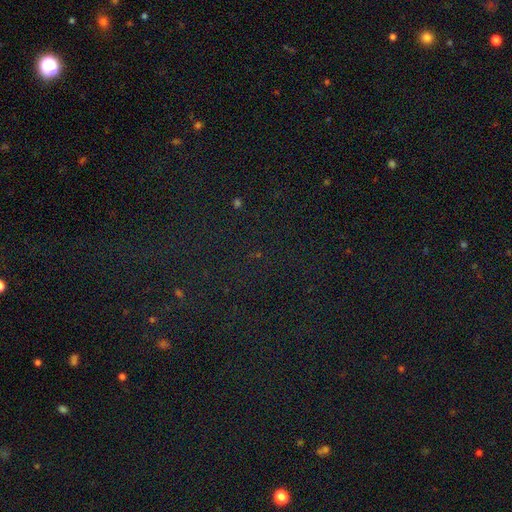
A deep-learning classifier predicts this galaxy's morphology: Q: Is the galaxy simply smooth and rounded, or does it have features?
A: star or artifact — 79%.